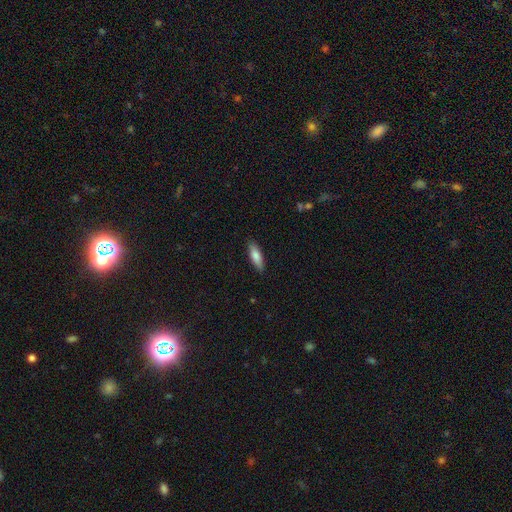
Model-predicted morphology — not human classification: smooth-or-featured: smooth: 78% | featured or disk: 16% | star or artifact: 6%
  how-rounded: cigar-shaped: 52% | in between: 46% | round: 2%
  merging: none: 88% | minor disturbance: 9% | major disturbance: 2% | merger: 1%